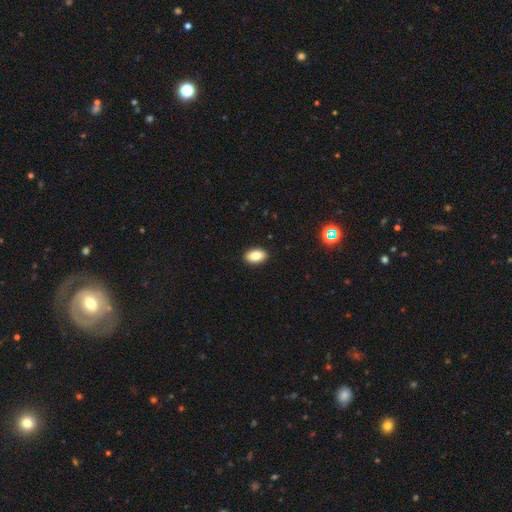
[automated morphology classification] Q: Smooth or featured?
A: smooth (84%); runner-up: star or artifact (8%)
Q: How rounded?
A: in between (90%); runner-up: round (8%)
Q: Merging?
A: none (90%); runner-up: minor disturbance (7%)